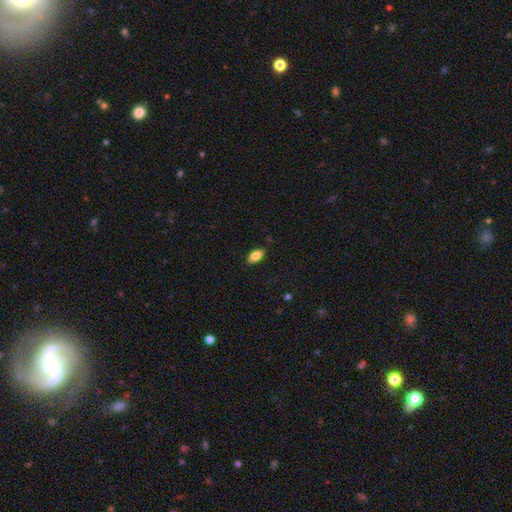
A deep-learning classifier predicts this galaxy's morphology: smooth-or-featured: smooth: 81% | featured or disk: 11% | star or artifact: 7%
  how-rounded: in between: 91% | cigar-shaped: 6% | round: 4%
  merging: none: 87% | minor disturbance: 10% | major disturbance: 2% | merger: 1%